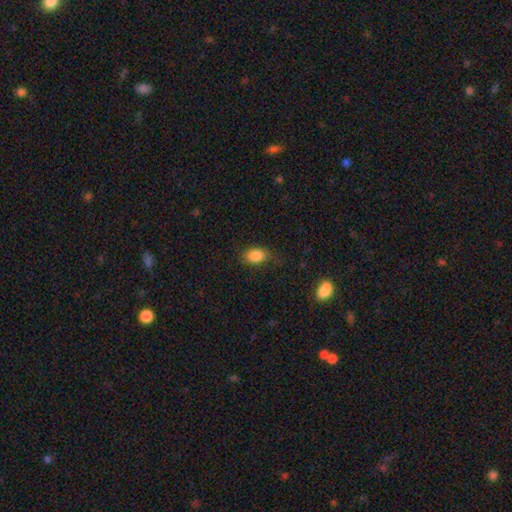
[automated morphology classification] Smooth or featured? Predicted: smooth (p=0.86). How rounded? Predicted: in between (p=0.84). Merging? Predicted: none (p=0.73).